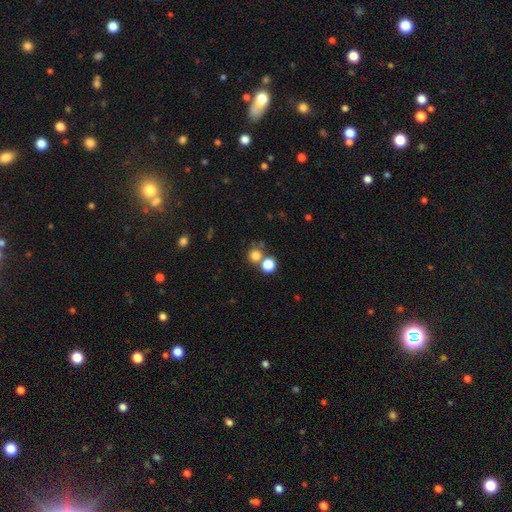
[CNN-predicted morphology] Q: Smooth or featured?
A: smooth (78%); runner-up: star or artifact (15%)
Q: How rounded?
A: round (90%); runner-up: in between (9%)
Q: Merging?
A: none (63%); runner-up: merger (26%)